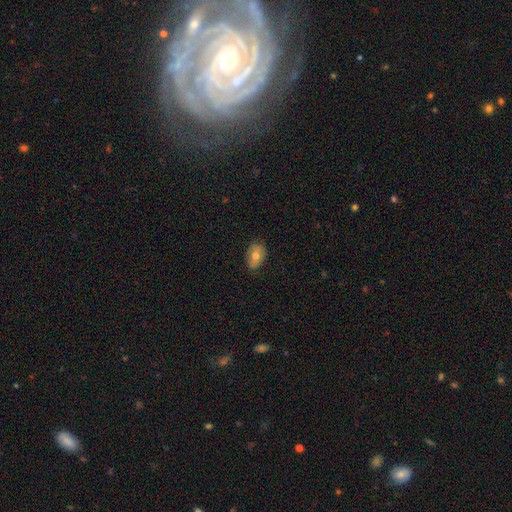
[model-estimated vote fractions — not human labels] Overall: smooth (69%). How rounded: in between (81%). Merging: none (79%).